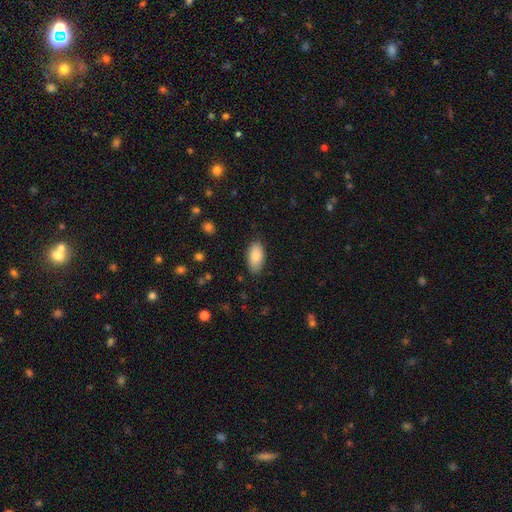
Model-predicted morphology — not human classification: Q: Smooth or featured?
A: smooth (85%); runner-up: featured or disk (8%)
Q: How rounded?
A: in between (94%); runner-up: cigar-shaped (4%)
Q: Merging?
A: none (84%); runner-up: minor disturbance (12%)